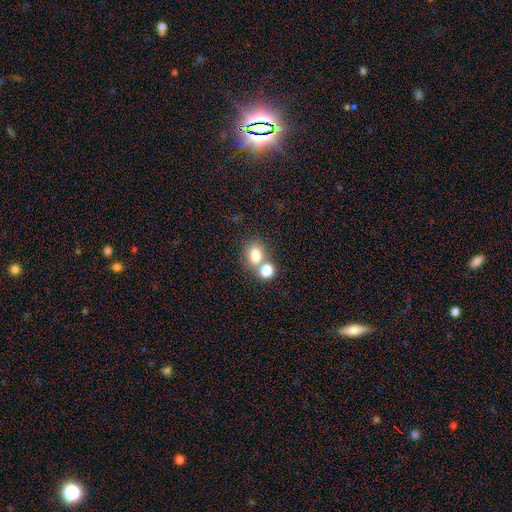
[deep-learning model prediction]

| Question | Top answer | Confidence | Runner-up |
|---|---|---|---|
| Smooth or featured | smooth | 76% | star or artifact (14%) |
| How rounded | round | 58% | in between (41%) |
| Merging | none | 54% | merger (33%) |